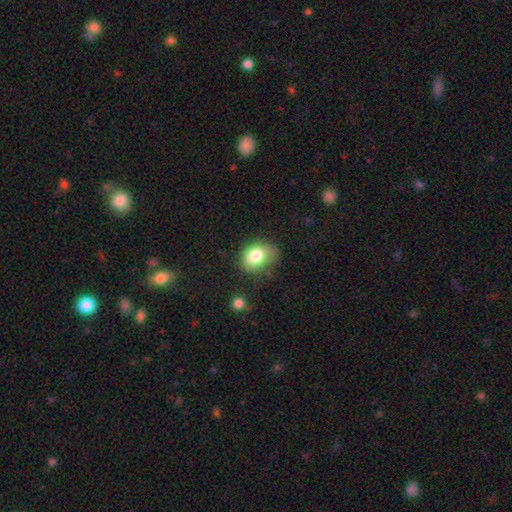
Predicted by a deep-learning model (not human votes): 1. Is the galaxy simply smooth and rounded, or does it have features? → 79% smooth, 12% featured or disk, 9% star or artifact.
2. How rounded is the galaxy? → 60% in between, 39% round, 1% cigar-shaped.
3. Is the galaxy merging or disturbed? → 52% none, 33% minor disturbance, 12% major disturbance, 4% merger.